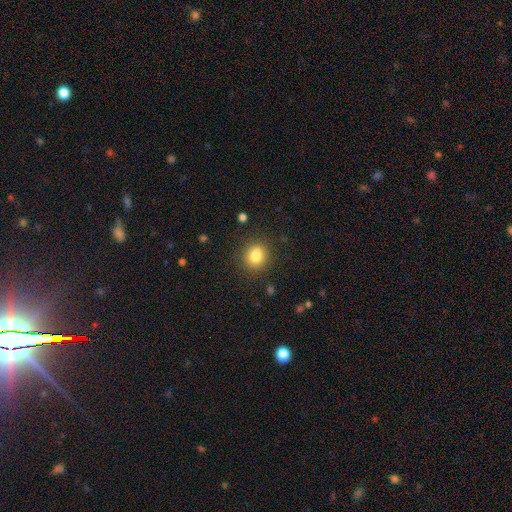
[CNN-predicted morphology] A smooth galaxy with no disk features (82%) that is round (69%). Merging: none (86%).